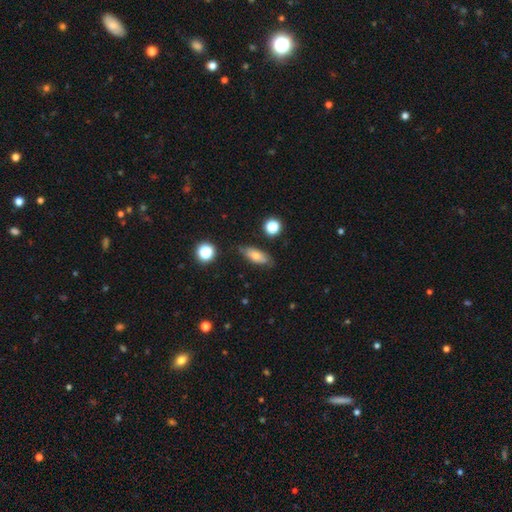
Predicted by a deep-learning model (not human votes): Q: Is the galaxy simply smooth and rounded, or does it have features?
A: smooth — 67%.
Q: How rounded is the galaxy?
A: in between — 71%.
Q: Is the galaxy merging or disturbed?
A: none — 76%.